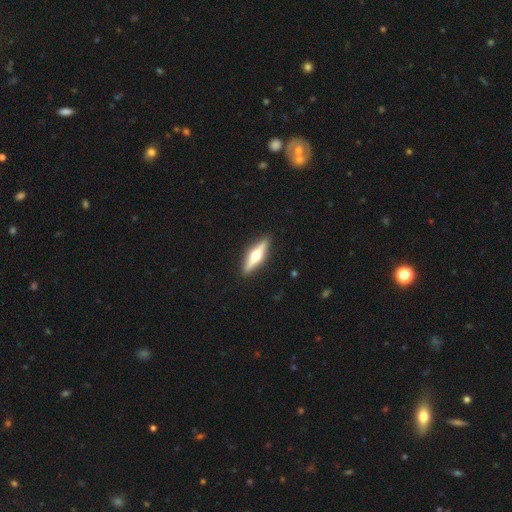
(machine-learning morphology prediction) smooth_or_featured: featured or disk (p=0.64) [alt: smooth p=0.31]
disk_edge_on: yes (p=0.96) [alt: no p=0.04]
edge_on_bulge: rounded (p=0.95) [alt: boxy p=0.03]
merging: none (p=0.91) [alt: minor disturbance p=0.06]